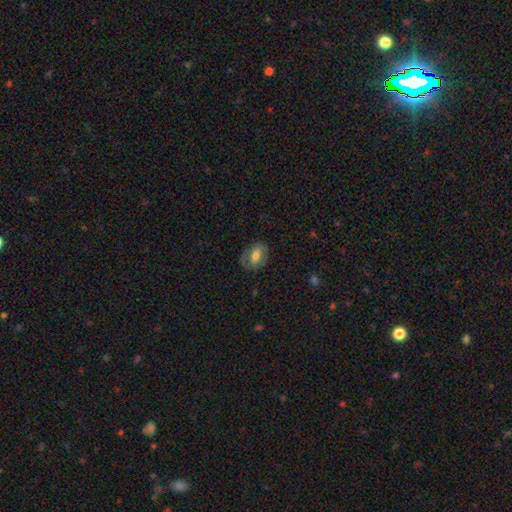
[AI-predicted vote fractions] Smooth or featured: smooth — 54% (featured or disk — 39%)
How rounded: in between — 79% (round — 19%)
Merging: none — 76% (minor disturbance — 16%)